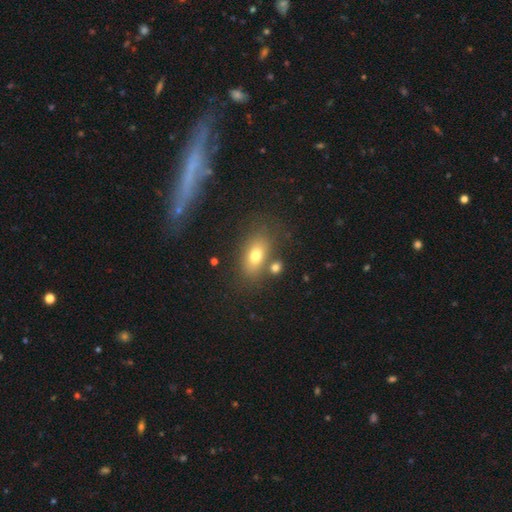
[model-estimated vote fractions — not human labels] Smooth or featured?
  - smooth: 72% *
  - featured or disk: 16%
  - star or artifact: 11%
How rounded?
  - in between: 84% *
  - round: 13%
  - cigar-shaped: 3%
Merging?
  - none: 66% *
  - minor disturbance: 14%
  - merger: 14%
  - major disturbance: 6%